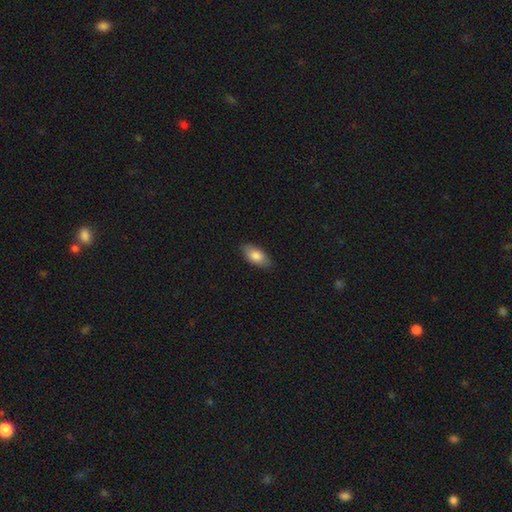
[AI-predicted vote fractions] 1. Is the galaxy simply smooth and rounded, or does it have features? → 81% smooth, 13% featured or disk, 6% star or artifact.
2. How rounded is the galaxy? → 92% in between, 5% cigar-shaped, 3% round.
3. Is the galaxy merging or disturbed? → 86% none, 11% minor disturbance, 2% major disturbance, 1% merger.